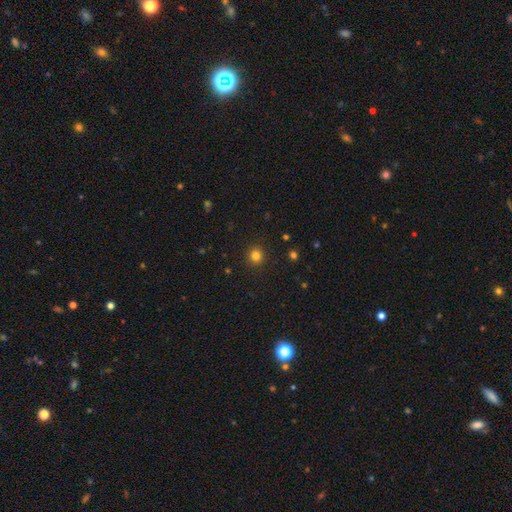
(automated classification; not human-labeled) A smooth galaxy with no disk features (82%) that is round (91%). Merging: none (92%).